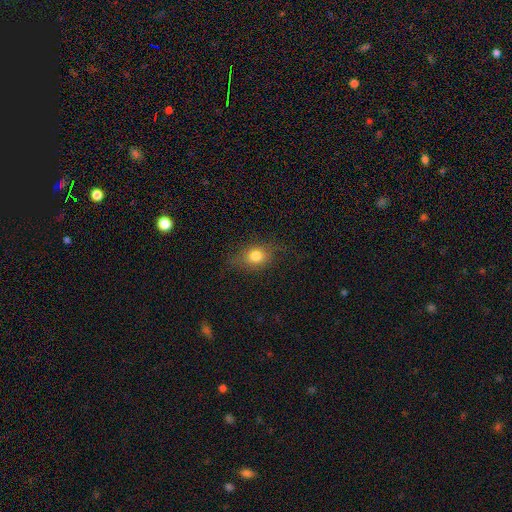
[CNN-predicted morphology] This appears to be a smooth galaxy with no disk features (74%) that is round (50%). Merging: none (69%).